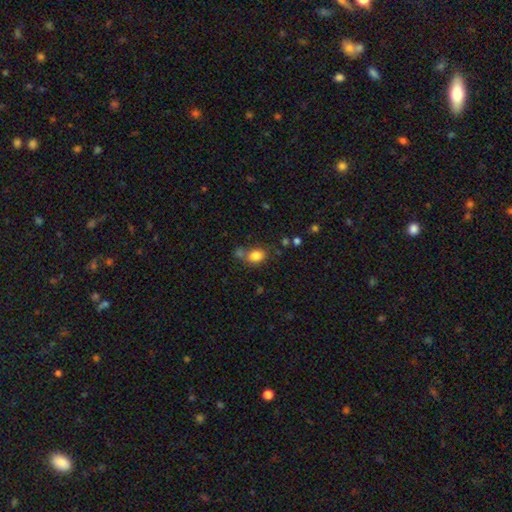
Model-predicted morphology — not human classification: This is clearly a smooth galaxy (82%). How rounded: possibly in between (56%). Merging: possibly none (56%).